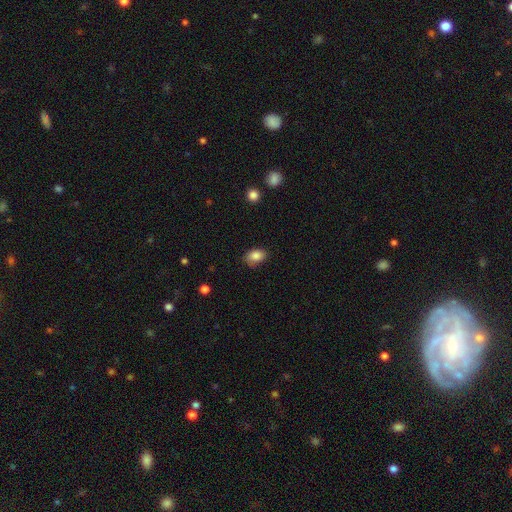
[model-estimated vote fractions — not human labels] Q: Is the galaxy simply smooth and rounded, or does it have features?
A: smooth — 84%.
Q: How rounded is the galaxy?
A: in between — 80%.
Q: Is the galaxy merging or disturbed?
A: none — 72%.